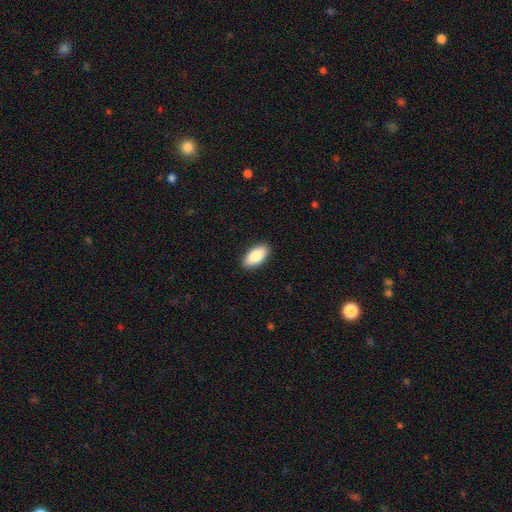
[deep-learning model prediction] smooth_or_featured: smooth (p=0.86) [alt: featured or disk p=0.08]
how_rounded: in between (p=0.94) [alt: cigar-shaped p=0.04]
merging: none (p=0.90) [alt: minor disturbance p=0.08]